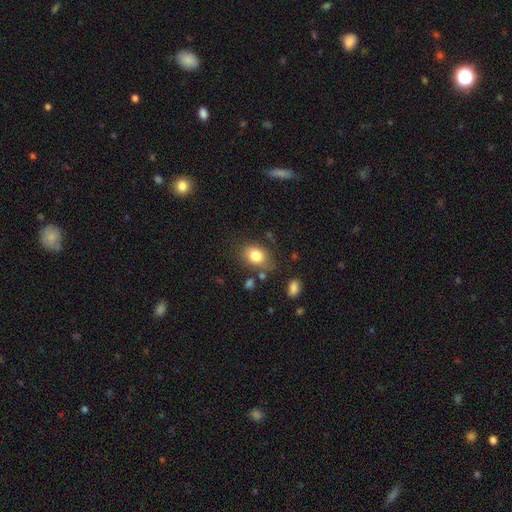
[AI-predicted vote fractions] Morphology: type=smooth (82%); roundness=in between (64%); merging=none (72%).